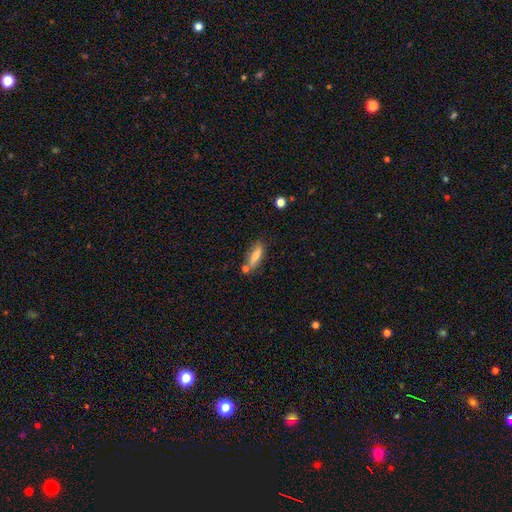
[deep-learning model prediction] Smooth or featured? Predicted: smooth (p=0.67). How rounded? Predicted: cigar-shaped (p=0.56). Merging? Predicted: none (p=0.66).